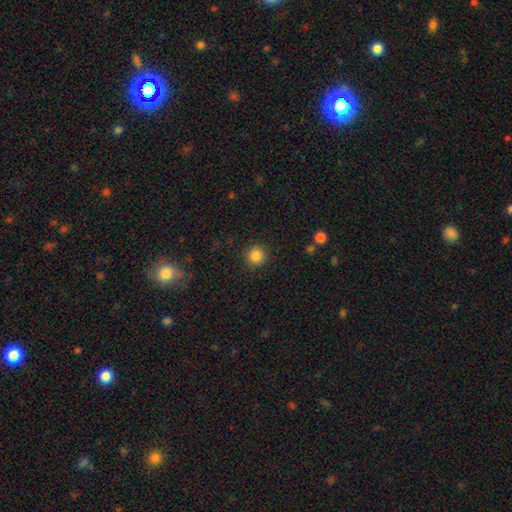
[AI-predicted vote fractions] smooth 85%, star or artifact 11%, featured or disk 4%. Down the decision tree: how rounded — round (93%); merging — none (91%).